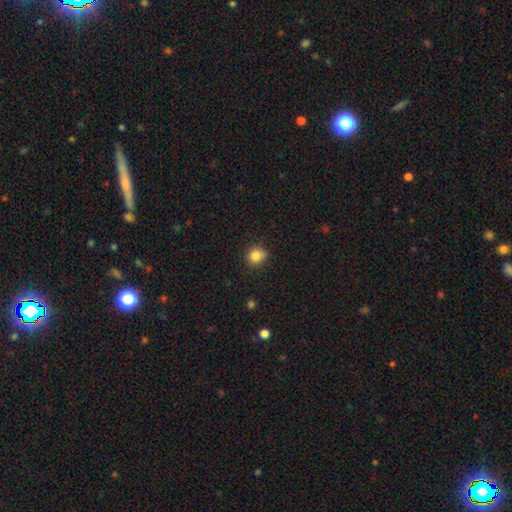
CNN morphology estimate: smooth 84%, star or artifact 11%, featured or disk 5%. Down the decision tree: how rounded — round (81%); merging — none (80%).